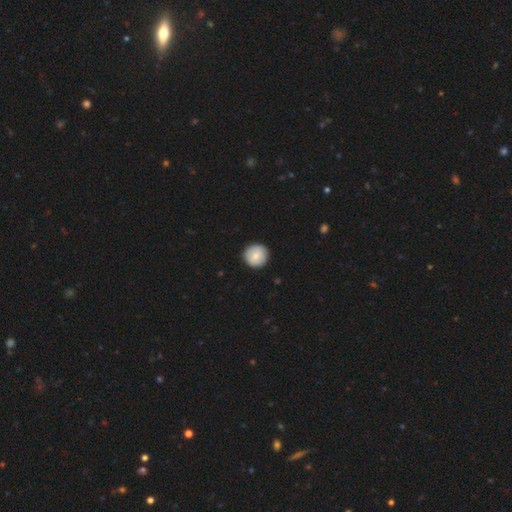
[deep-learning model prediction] Smooth or featured? Predicted: smooth (p=0.75). How rounded? Predicted: round (p=0.96). Merging? Predicted: none (p=0.91).